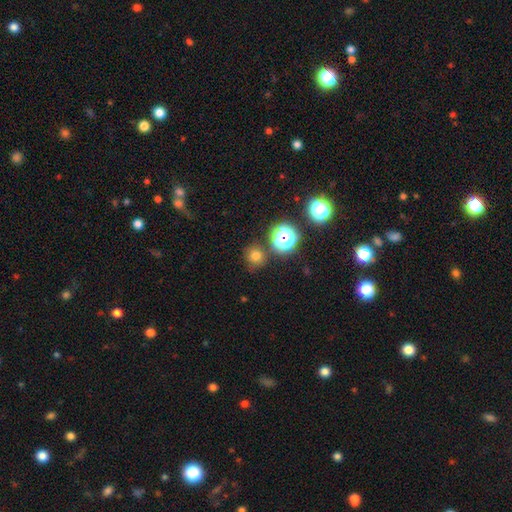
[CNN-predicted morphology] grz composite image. It shows a smooth galaxy with no disk features (69%) that is round (90%). Merging: none (81%).